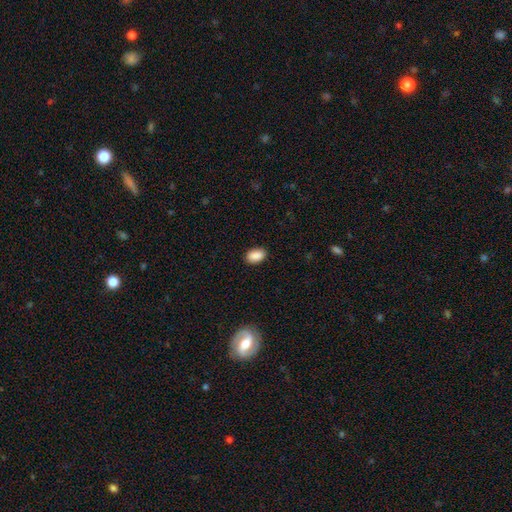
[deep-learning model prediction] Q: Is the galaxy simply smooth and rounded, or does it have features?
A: smooth — 89%.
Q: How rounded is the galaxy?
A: in between — 87%.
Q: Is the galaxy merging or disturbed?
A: none — 88%.